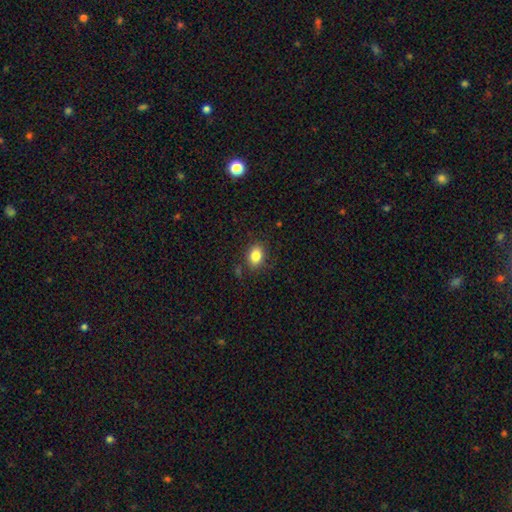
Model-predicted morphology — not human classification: Overall: smooth (83%). How rounded: in between (67%; round 32%). Merging: none (83%).